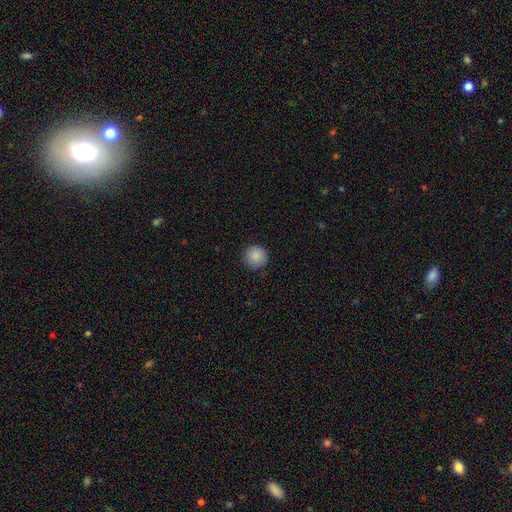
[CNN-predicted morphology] The model was most divided on "smooth or featured": smooth: 88%, star or artifact: 8%, featured or disk: 4%. More confident: how rounded — round (95%); merging — none (89%).